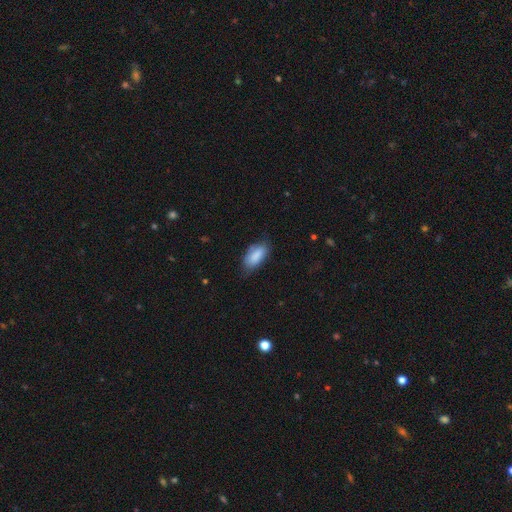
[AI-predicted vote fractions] This is clearly a smooth galaxy (85%). How rounded: clearly in between (89%). Merging: likely none (64%).